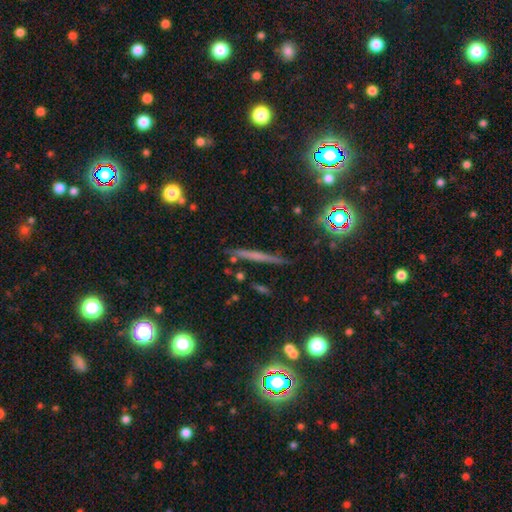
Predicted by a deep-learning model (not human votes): smooth-or-featured: featured or disk: 47% | smooth: 35% | star or artifact: 18%
  merging: none: 86% | minor disturbance: 9% | merger: 2% | major disturbance: 2%